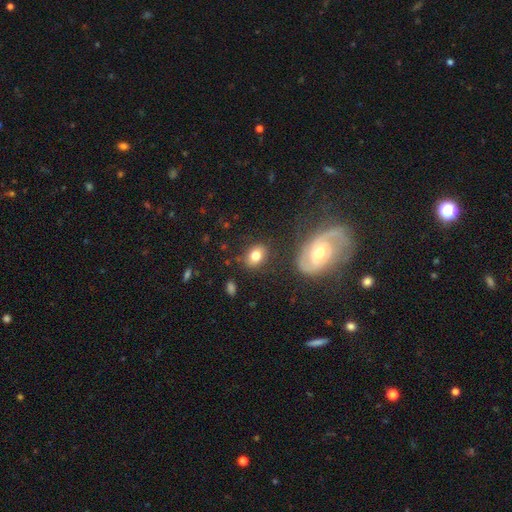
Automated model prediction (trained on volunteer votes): A smooth galaxy with no disk features (78%) that is in between round and cigar-shaped (66%). Merging: none (80%).